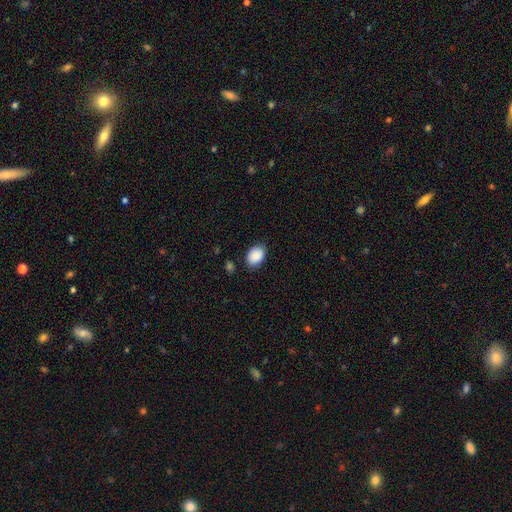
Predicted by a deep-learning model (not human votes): smooth-or-featured: smooth: 89% | star or artifact: 7% | featured or disk: 4%
  how-rounded: in between: 80% | round: 19% | cigar-shaped: 1%
  merging: none: 79% | minor disturbance: 16% | major disturbance: 3% | merger: 2%